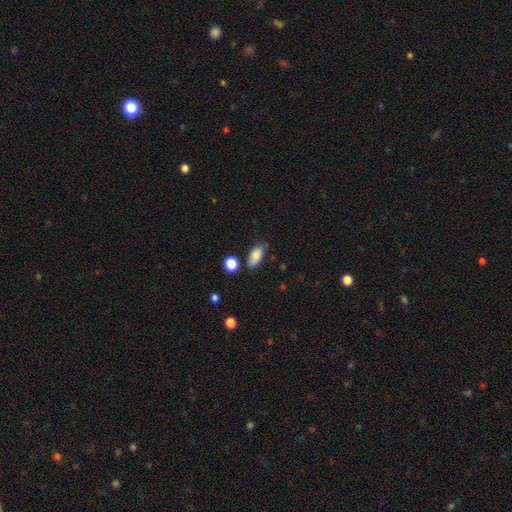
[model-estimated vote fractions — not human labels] Smooth or featured: smooth — 86% (star or artifact — 8%)
How rounded: in between — 89% (cigar-shaped — 7%)
Merging: none — 73% (minor disturbance — 18%)